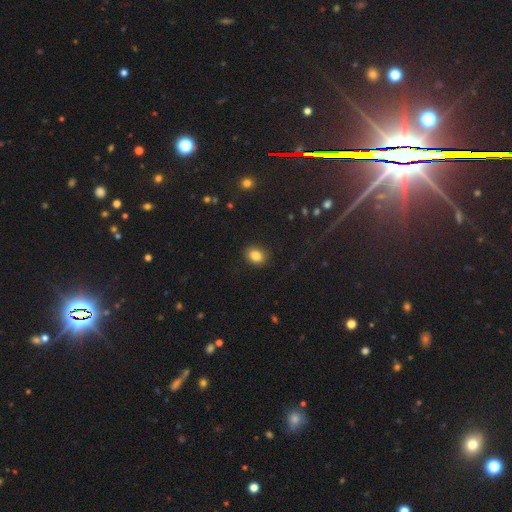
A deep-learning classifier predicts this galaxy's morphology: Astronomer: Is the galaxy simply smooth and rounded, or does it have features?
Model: smooth — 86%.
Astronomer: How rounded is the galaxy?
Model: in between — 64%.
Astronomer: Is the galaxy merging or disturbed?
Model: none — 87%.